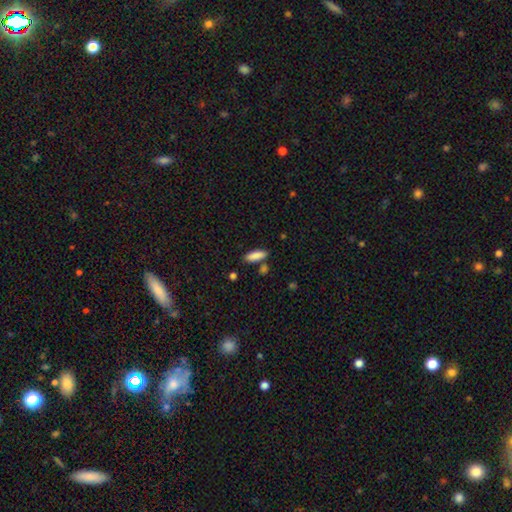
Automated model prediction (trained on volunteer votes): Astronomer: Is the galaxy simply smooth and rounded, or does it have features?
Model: smooth — 88%.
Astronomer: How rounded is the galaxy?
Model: in between — 66%.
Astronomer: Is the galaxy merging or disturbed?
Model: none — 77%.